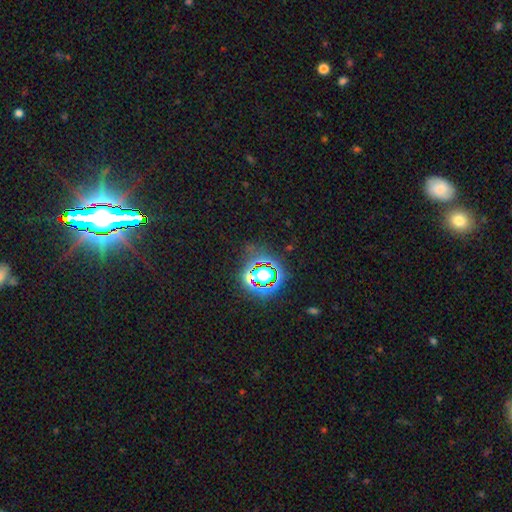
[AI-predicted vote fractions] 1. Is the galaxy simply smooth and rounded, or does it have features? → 83% star or artifact, 9% smooth, 8% featured or disk.